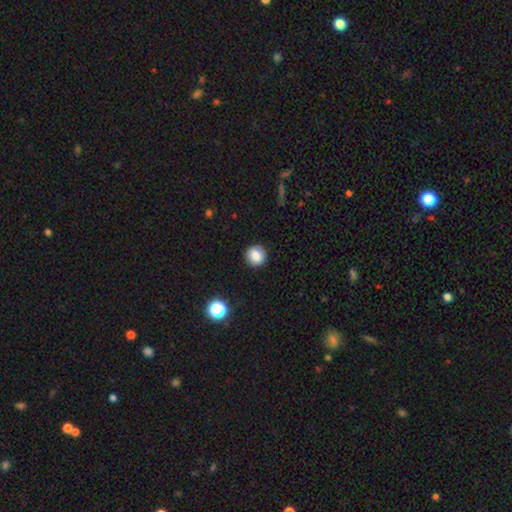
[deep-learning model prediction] The model was most divided on "smooth or featured": smooth: 82%, star or artifact: 11%, featured or disk: 7%. More confident: how rounded — round (93%); merging — none (92%).